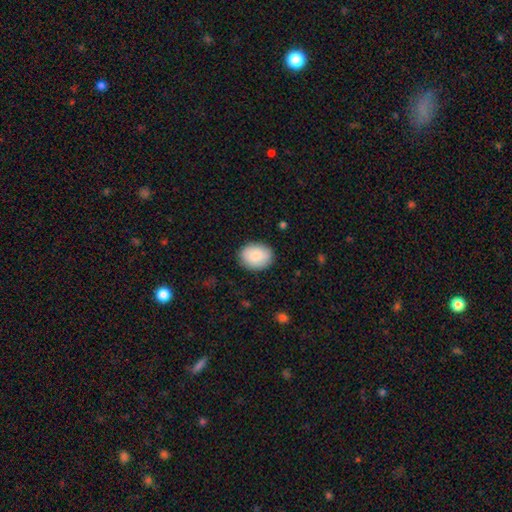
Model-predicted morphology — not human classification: The model was most divided on "how rounded": in between: 61%, round: 39%, cigar-shaped: 1%. More confident: merging — none (86%); smooth or featured — smooth (85%).